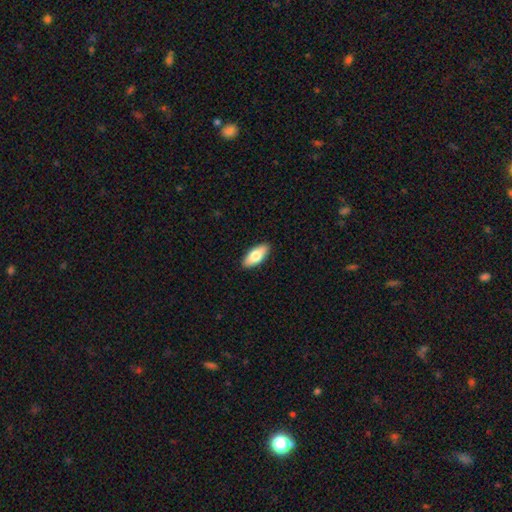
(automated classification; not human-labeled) Morphology: type=smooth (76%); roundness=in between (83%); merging=none (90%).